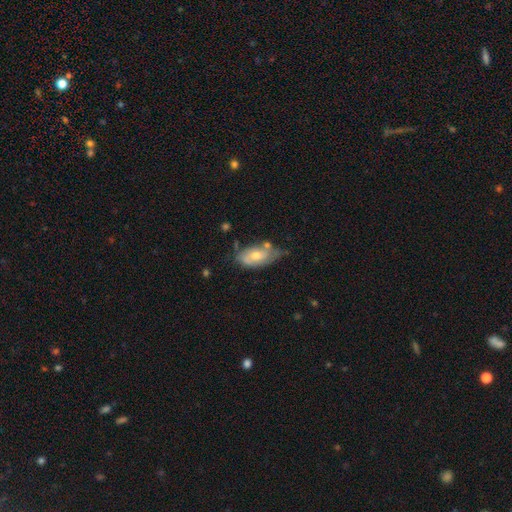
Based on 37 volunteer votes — This is possibly a smooth galaxy (49%). How rounded: likely in between (78%). Merging: possibly none (56%).